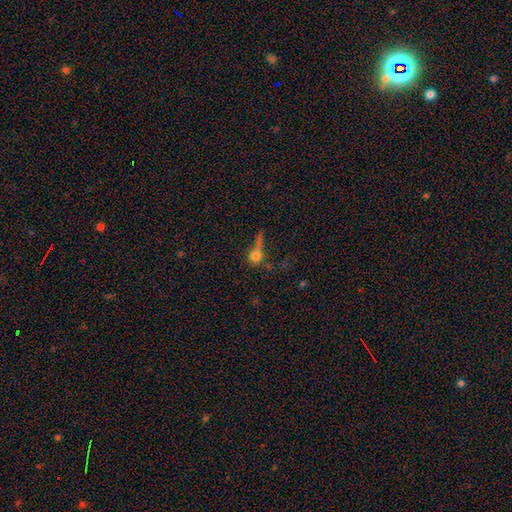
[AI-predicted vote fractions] A smooth galaxy with no disk features (64%) that is round (76%). Merging: none (41%).